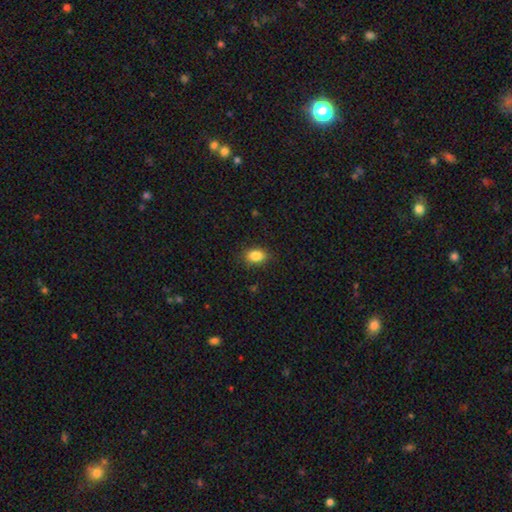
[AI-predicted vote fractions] Q: Smooth or featured?
A: smooth (85%); runner-up: star or artifact (9%)
Q: How rounded?
A: in between (82%); runner-up: round (17%)
Q: Merging?
A: none (85%); runner-up: minor disturbance (11%)